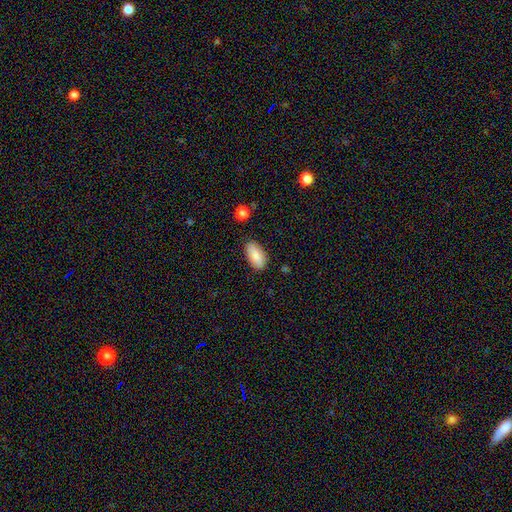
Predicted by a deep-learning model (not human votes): This appears to be a smooth galaxy with no disk features (85%) that is in between round and cigar-shaped (90%). Merging: none (83%).